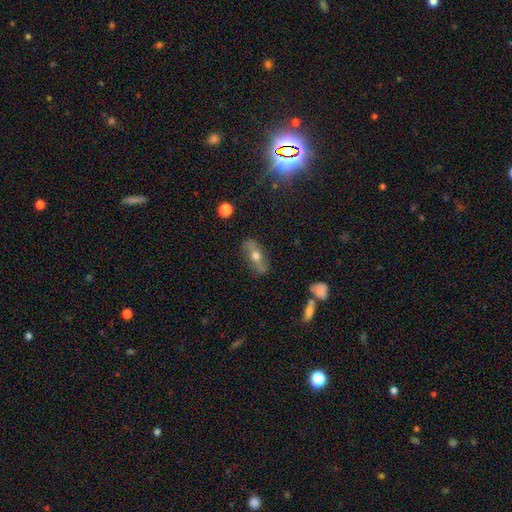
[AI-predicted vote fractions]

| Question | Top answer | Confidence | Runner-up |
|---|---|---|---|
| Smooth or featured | featured or disk | 53% | smooth (37%) |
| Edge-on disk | no | 53% | yes (47%) |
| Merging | none | 81% | minor disturbance (14%) |